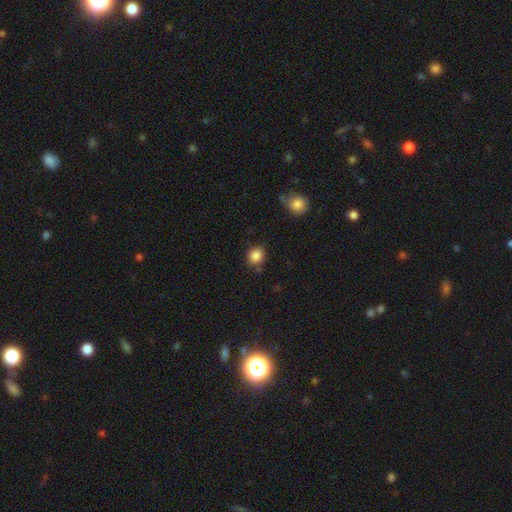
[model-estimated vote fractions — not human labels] smooth 86%, star or artifact 10%, featured or disk 4%. Down the decision tree: how rounded — round (78%); merging — none (77%).